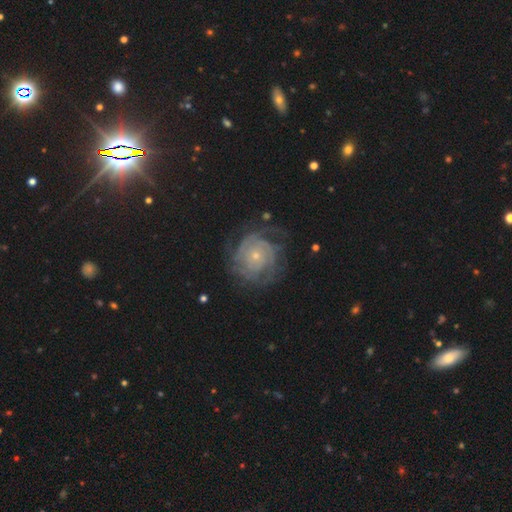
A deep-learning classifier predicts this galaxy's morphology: Q: Smooth or featured?
A: featured or disk (80%); runner-up: smooth (13%)
Q: Edge-on disk?
A: no (98%); runner-up: yes (2%)
Q: Bar?
A: no (83%); runner-up: weak (14%)
Q: Spiral arms?
A: yes (91%); runner-up: no (9%)
Q: Spiral winding?
A: tight (71%); runner-up: medium (21%)
Q: Spiral arm count?
A: can't tell (42%); runner-up: 3 (15%)
Q: Bulge size?
A: small (76%); runner-up: moderate (19%)
Q: Merging?
A: none (66%); runner-up: minor disturbance (18%)